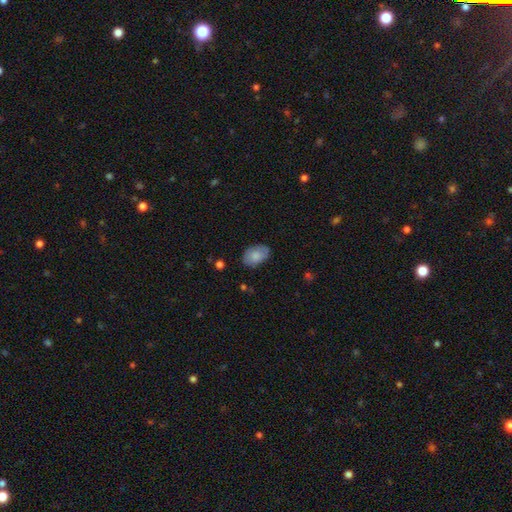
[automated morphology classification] Overall: smooth (78%). How rounded: in between (88%). Merging: none (78%).